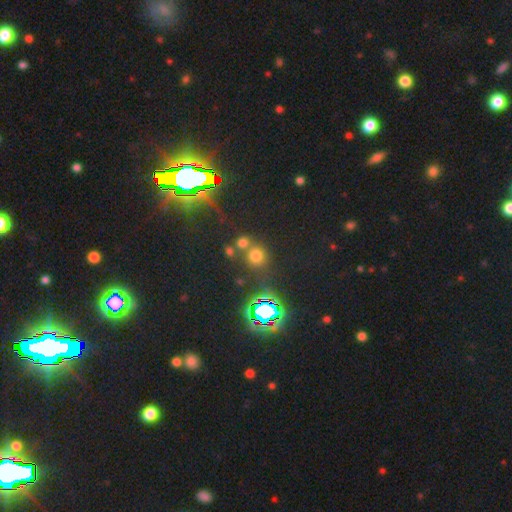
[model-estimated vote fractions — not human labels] Morphology: type=smooth (60%); roundness=round (89%); merging=none (66%).